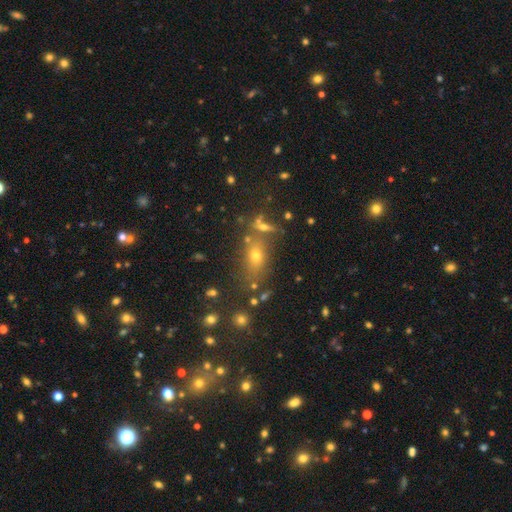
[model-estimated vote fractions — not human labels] A smooth galaxy with no disk features (57%) that is in between round and cigar-shaped (66%).

Vote fractions:
- Smooth or featured? smooth: 57% / star or artifact: 26% / featured or disk: 16%
- How rounded? in between: 66% / round: 25% / cigar-shaped: 9%
- Merging? none: 66% / merger: 15% / minor disturbance: 13% / major disturbance: 6%